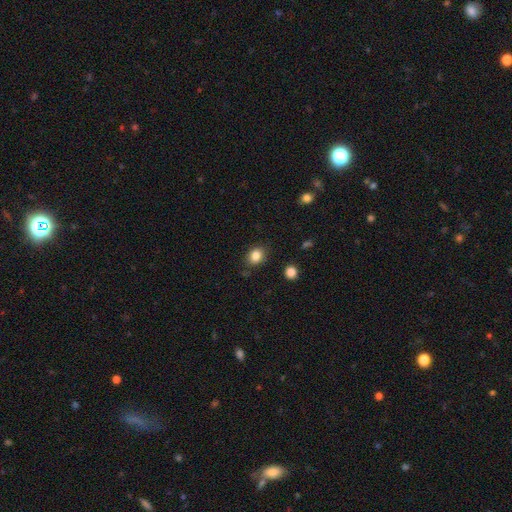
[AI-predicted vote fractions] smooth-or-featured: smooth: 85% | star or artifact: 10% | featured or disk: 5%
  how-rounded: round: 53% | in between: 46% | cigar-shaped: 1%
  merging: none: 83% | minor disturbance: 11% | major disturbance: 3% | merger: 2%